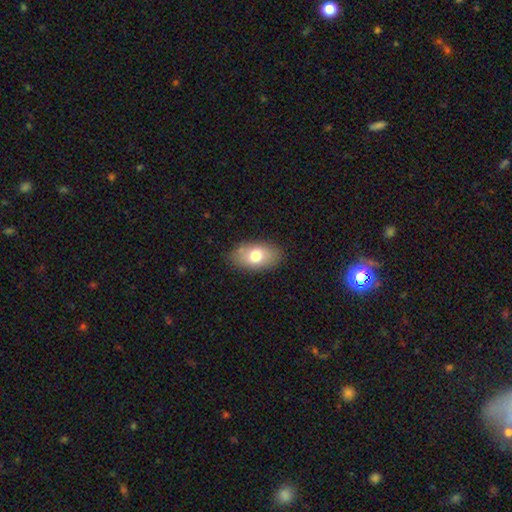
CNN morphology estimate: smooth-or-featured: smooth: 73% | featured or disk: 19% | star or artifact: 8%
  how-rounded: in between: 91% | round: 8% | cigar-shaped: 2%
  merging: none: 83% | minor disturbance: 13% | major disturbance: 3% | merger: 1%